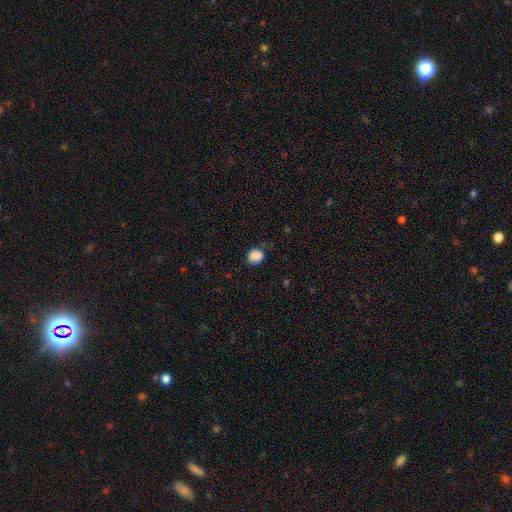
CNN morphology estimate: The model was most divided on "how rounded": round: 70%, in between: 29%, cigar-shaped: 1%. More confident: smooth or featured — smooth (88%); merging — none (76%).